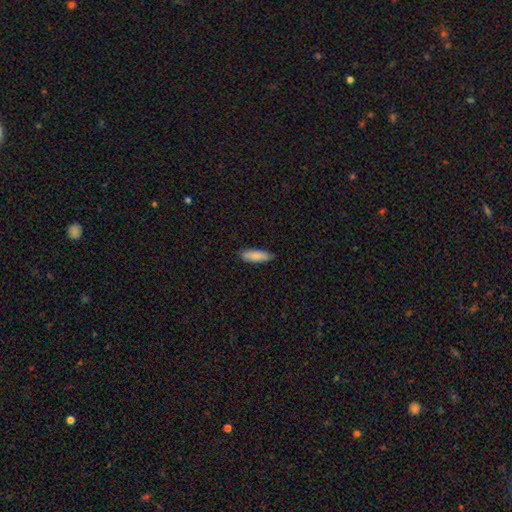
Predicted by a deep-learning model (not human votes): A smooth galaxy with no disk features (87%) that is in between round and cigar-shaped (51%). Merging: none (83%).